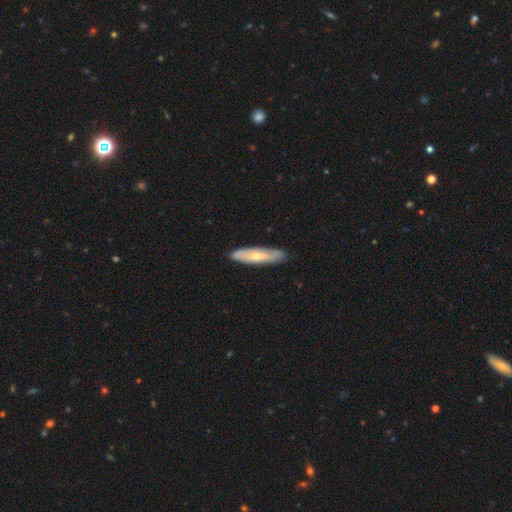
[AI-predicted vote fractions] This appears to be a smooth galaxy with no disk features (56%) that is cigar-shaped (73%). Merging: none (85%).